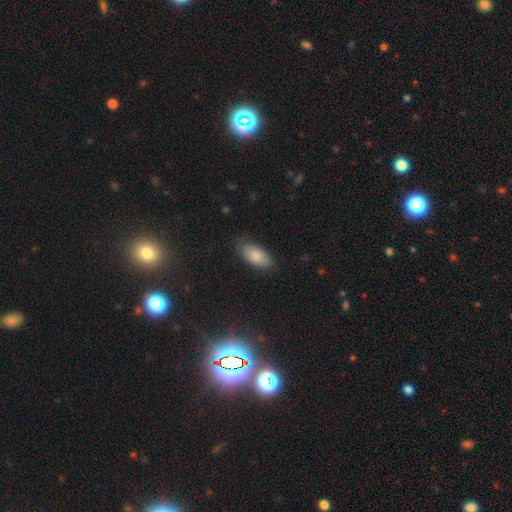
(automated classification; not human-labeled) This appears to be a smooth galaxy with no disk features (80%) that is in between round and cigar-shaped (93%). Merging: none (82%).